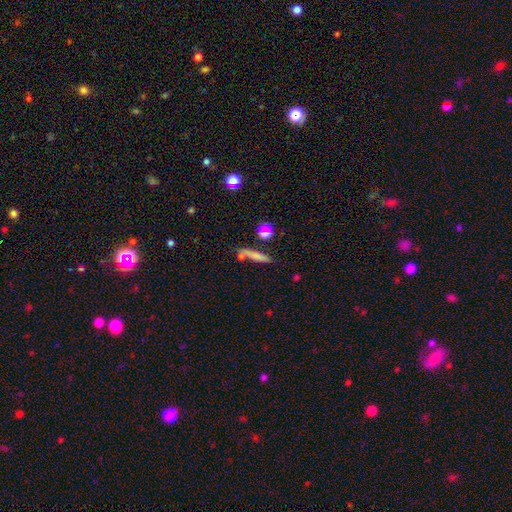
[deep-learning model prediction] Smooth or featured?
  - smooth: 67% *
  - featured or disk: 22%
  - star or artifact: 11%
How rounded?
  - cigar-shaped: 83% *
  - in between: 12%
  - round: 4%
Merging?
  - none: 66% *
  - minor disturbance: 15%
  - merger: 14%
  - major disturbance: 5%